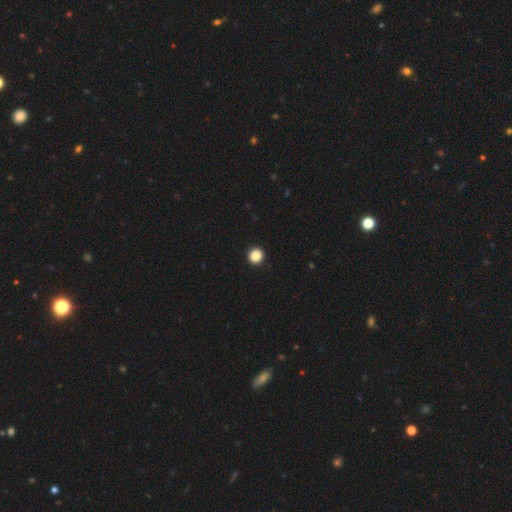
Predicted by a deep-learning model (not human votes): smooth-or-featured: smooth: 86% | star or artifact: 10% | featured or disk: 3%
  how-rounded: round: 95% | in between: 4% | cigar-shaped: 1%
  merging: none: 94% | minor disturbance: 3% | major disturbance: 1% | merger: 1%